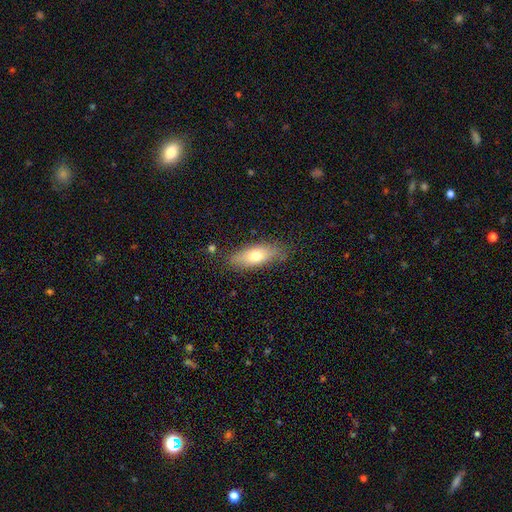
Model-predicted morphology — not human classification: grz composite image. It shows a smooth galaxy with no disk features (68%) that is in between round and cigar-shaped (69%). Merging: none (80%).